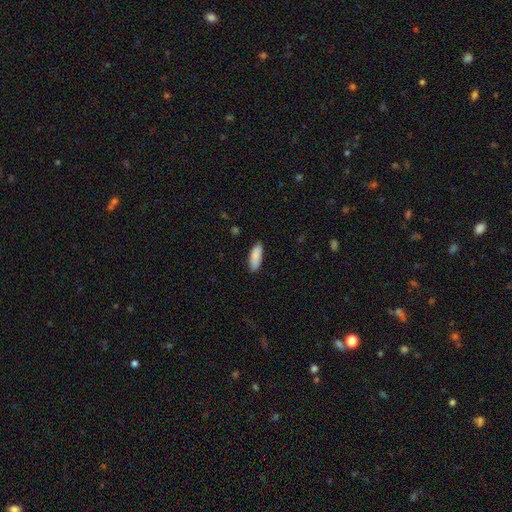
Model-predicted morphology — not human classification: smooth_or_featured: smooth (p=0.88) [alt: featured or disk p=0.06]
how_rounded: in between (p=0.73) [alt: cigar-shaped p=0.25]
merging: none (p=0.87) [alt: minor disturbance p=0.10]